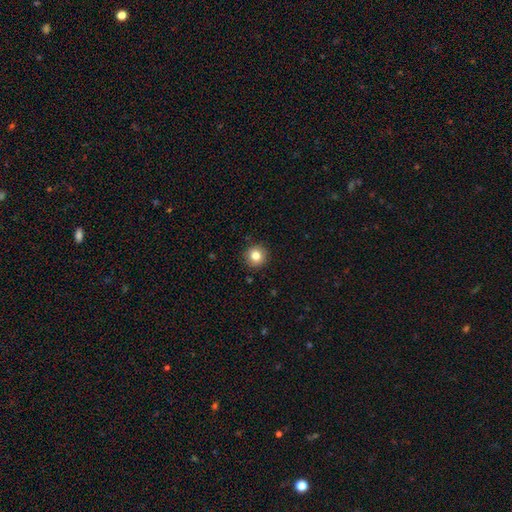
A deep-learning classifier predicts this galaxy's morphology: Overall: smooth (82%). How rounded: round (95%). Merging: none (91%).